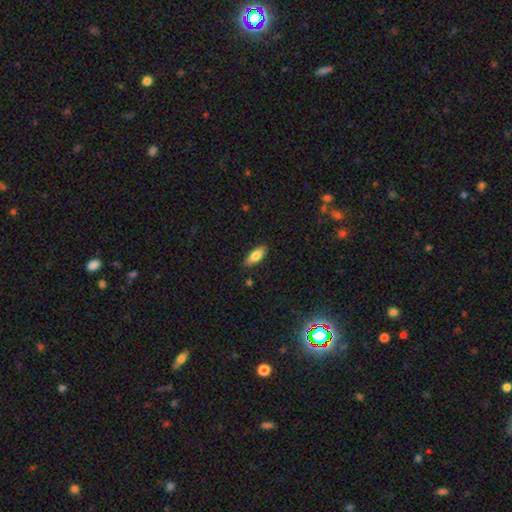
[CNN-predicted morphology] smooth 80%, featured or disk 13%, star or artifact 6%. Down the decision tree: how rounded — in between (77%); merging — none (85%).